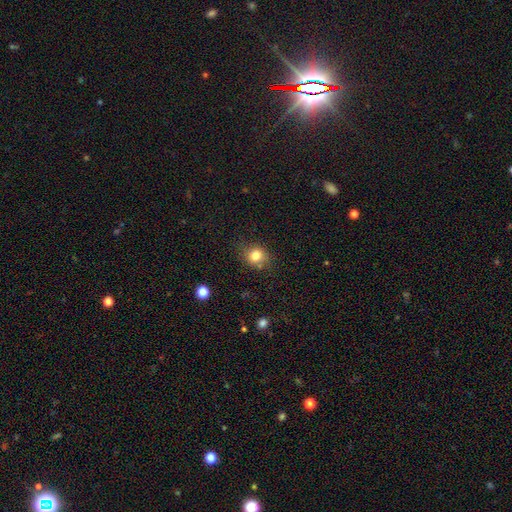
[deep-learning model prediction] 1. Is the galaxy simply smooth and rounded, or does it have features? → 79% smooth, 12% star or artifact, 8% featured or disk.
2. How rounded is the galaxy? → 76% round, 23% in between, 1% cigar-shaped.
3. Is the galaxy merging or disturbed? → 76% none, 16% minor disturbance, 4% major disturbance, 4% merger.